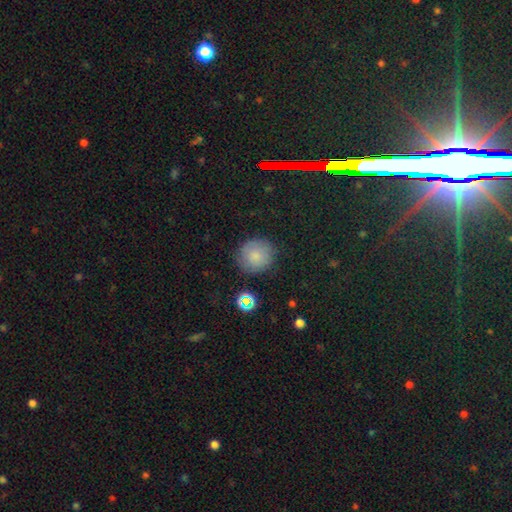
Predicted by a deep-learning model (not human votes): Morphology: type=smooth (80%); roundness=round (93%); merging=none (84%).